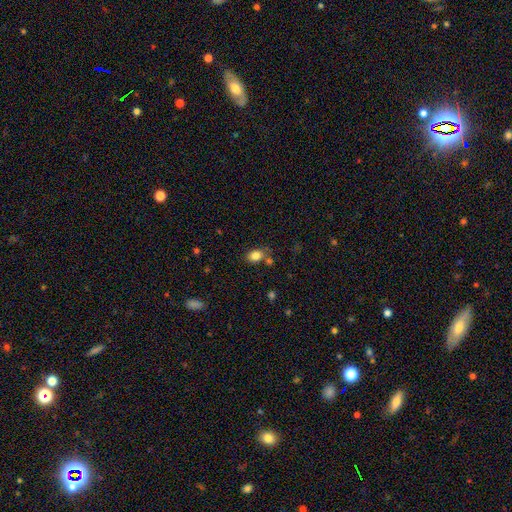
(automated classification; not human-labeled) Overall: smooth (83%). How rounded: in between (64%; round 35%). Merging: none (70%).